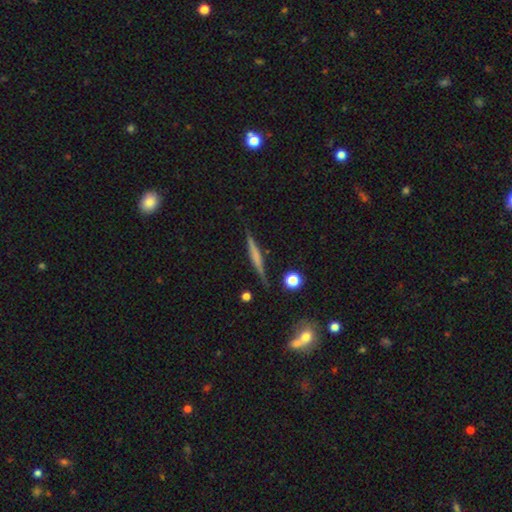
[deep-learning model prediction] A featured or disk galaxy (52%) viewed edge-on (97%) with no central bulge (60%).

Vote fractions:
- Smooth or featured? featured or disk: 52% / smooth: 40% / star or artifact: 8%
- Edge-on disk? yes: 97% / no: 3%
- Edge-on bulge? none: 60% / rounded: 22% / boxy: 18%
- Merging? none: 85% / minor disturbance: 10% / major disturbance: 2% / merger: 2%